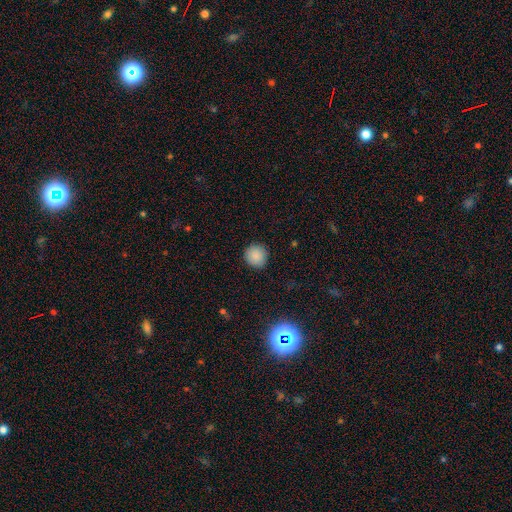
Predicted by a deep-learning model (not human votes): Overall: smooth (88%). How rounded: round (94%). Merging: none (91%).